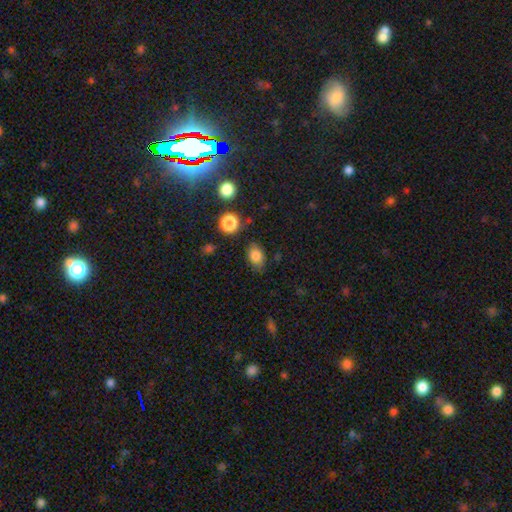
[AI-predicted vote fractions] The model was most divided on "how rounded": in between: 78%, round: 21%, cigar-shaped: 1%. More confident: smooth or featured — smooth (81%); merging — none (76%).